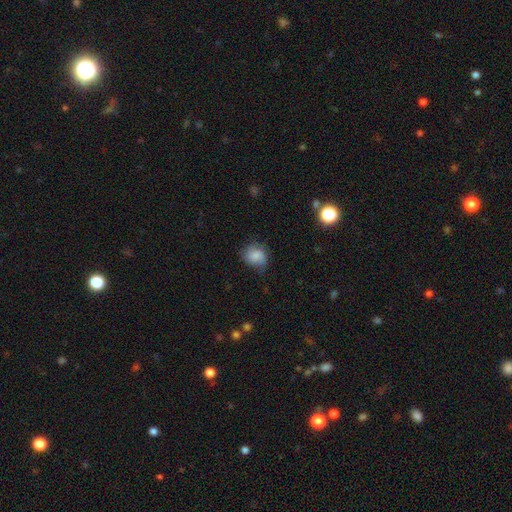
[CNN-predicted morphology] Smooth or featured? Predicted: smooth (p=0.75). How rounded? Predicted: round (p=0.66). Merging? Predicted: none (p=0.57).